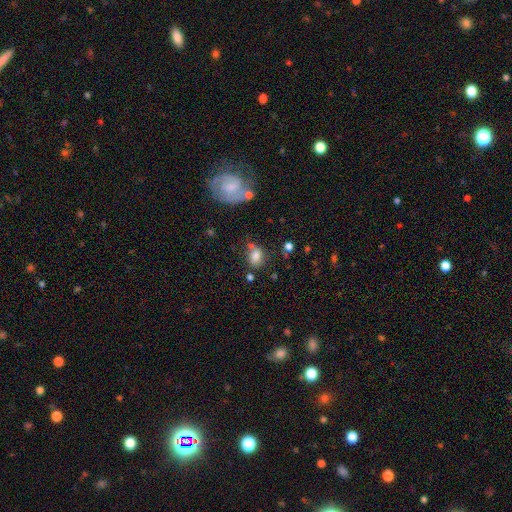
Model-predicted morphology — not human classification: A smooth galaxy with no disk features (77%) that is in between round and cigar-shaped (67%).

Vote fractions:
- Smooth or featured? smooth: 77% / star or artifact: 12% / featured or disk: 12%
- How rounded? in between: 67% / round: 32% / cigar-shaped: 2%
- Merging? none: 56% / minor disturbance: 22% / merger: 14% / major disturbance: 9%